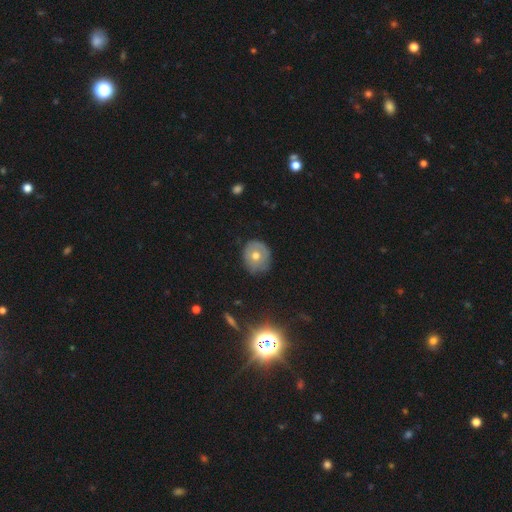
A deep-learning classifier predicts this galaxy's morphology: Overall: smooth (53%; featured or disk 35%). How rounded: round (73%). Merging: none (73%).